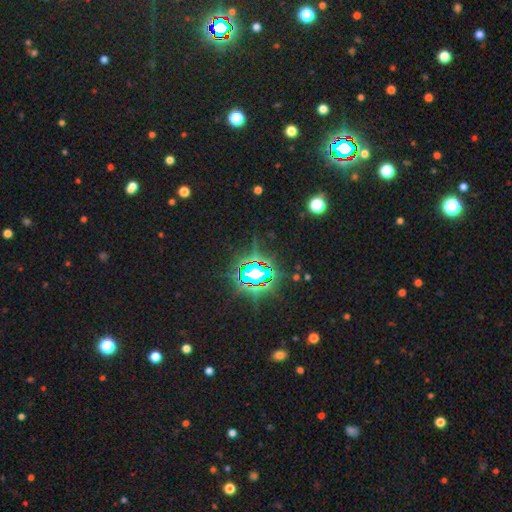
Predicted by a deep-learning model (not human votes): Overall: star or artifact (84%).